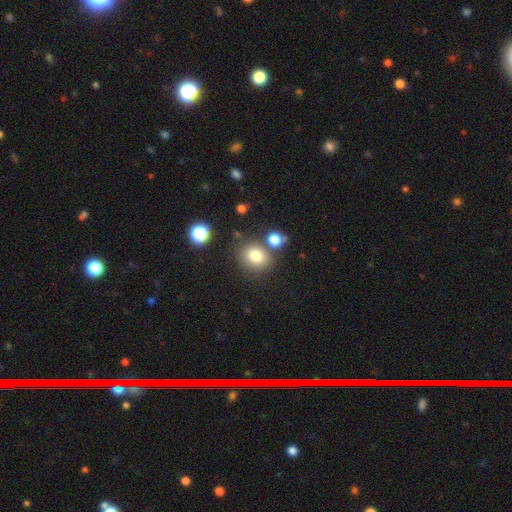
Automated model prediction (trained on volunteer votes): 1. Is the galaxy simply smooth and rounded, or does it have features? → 78% smooth, 13% star or artifact, 9% featured or disk.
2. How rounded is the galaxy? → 75% round, 24% in between, 1% cigar-shaped.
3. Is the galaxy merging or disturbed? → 72% none, 13% merger, 11% minor disturbance, 4% major disturbance.